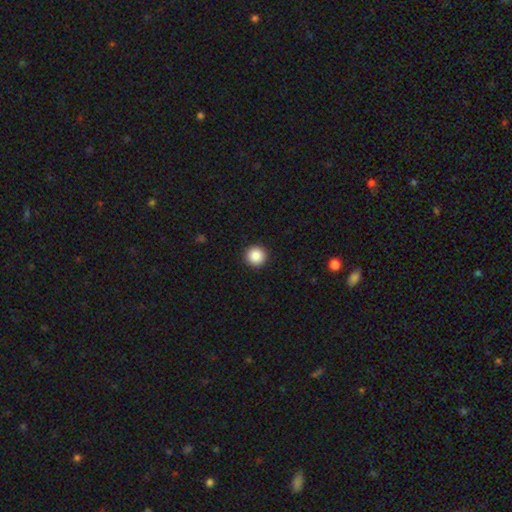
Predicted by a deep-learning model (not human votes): The model was most divided on "smooth or featured": smooth: 87%, star or artifact: 9%, featured or disk: 3%. More confident: how rounded — round (96%); merging — none (93%).